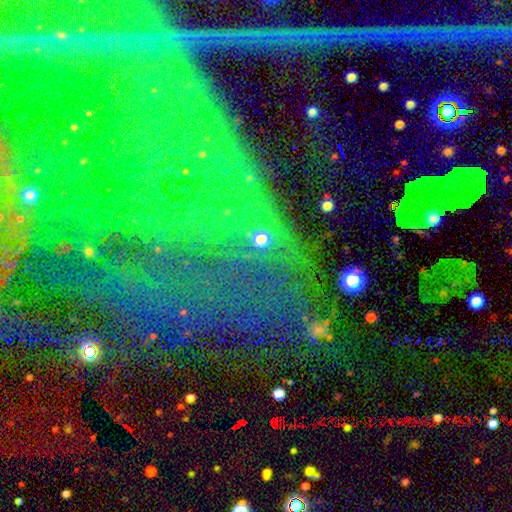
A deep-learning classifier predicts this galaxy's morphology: Smooth or featured?
  - star or artifact: 77% *
  - featured or disk: 13%
  - smooth: 10%